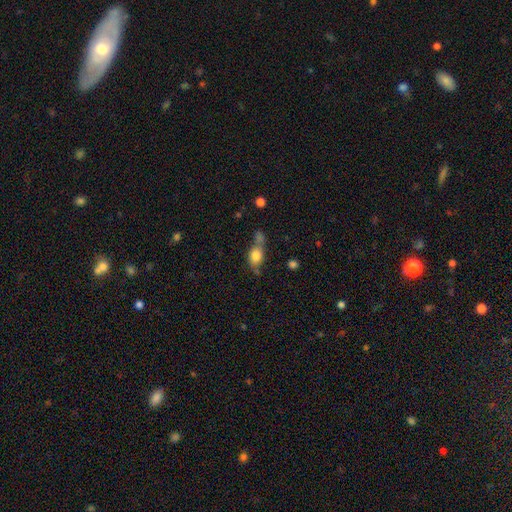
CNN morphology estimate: This is likely a smooth galaxy (77%). How rounded: likely in between (61%). Merging: marginally none (38%).